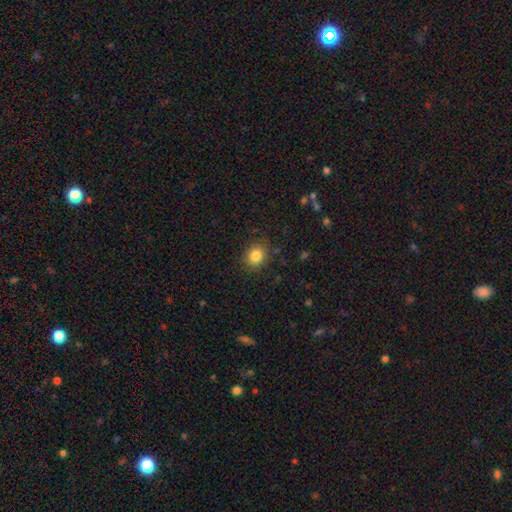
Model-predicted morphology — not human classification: Smooth or featured? Predicted: smooth (p=0.83). How rounded? Predicted: round (p=0.66). Merging? Predicted: none (p=0.86).